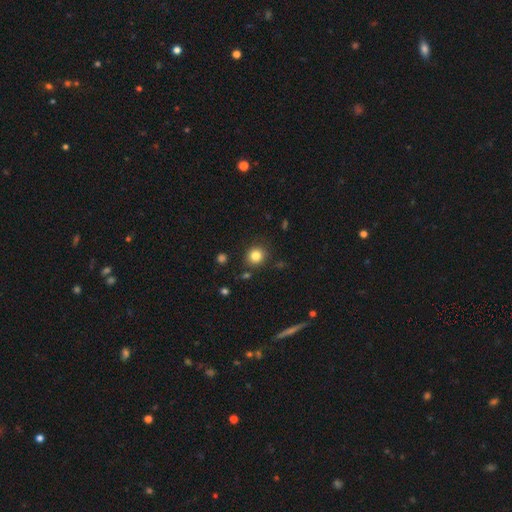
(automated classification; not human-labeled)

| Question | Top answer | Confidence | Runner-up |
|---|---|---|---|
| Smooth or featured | smooth | 82% | star or artifact (11%) |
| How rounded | round | 85% | in between (14%) |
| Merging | none | 86% | minor disturbance (9%) |